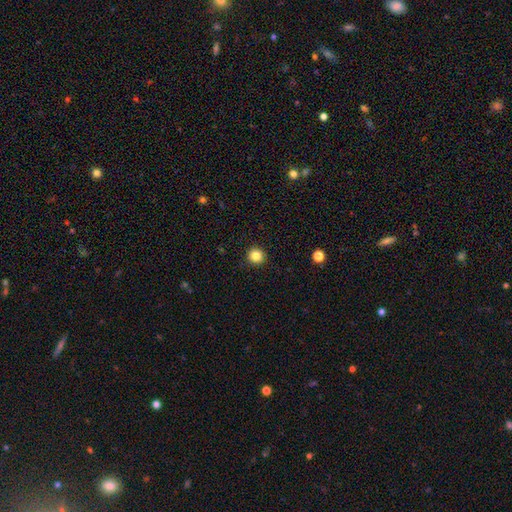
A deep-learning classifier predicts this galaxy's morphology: Smooth or featured? Predicted: smooth (p=0.85). How rounded? Predicted: round (p=0.94). Merging? Predicted: none (p=0.92).